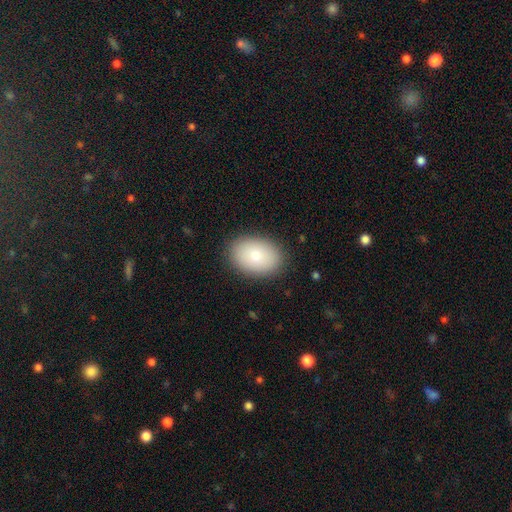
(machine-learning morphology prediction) Smooth or featured: smooth — 79% (featured or disk — 13%)
How rounded: in between — 82% (round — 17%)
Merging: none — 88% (minor disturbance — 9%)